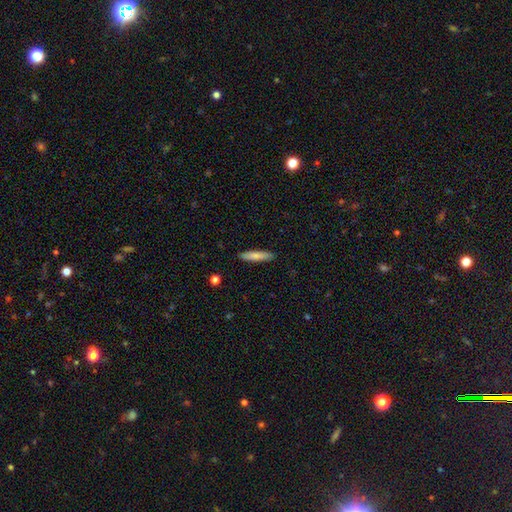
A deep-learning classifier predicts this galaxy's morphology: smooth-or-featured: smooth: 77% | featured or disk: 17% | star or artifact: 6%
  how-rounded: cigar-shaped: 83% | in between: 16% | round: 1%
  merging: none: 89% | minor disturbance: 8% | major disturbance: 2% | merger: 1%